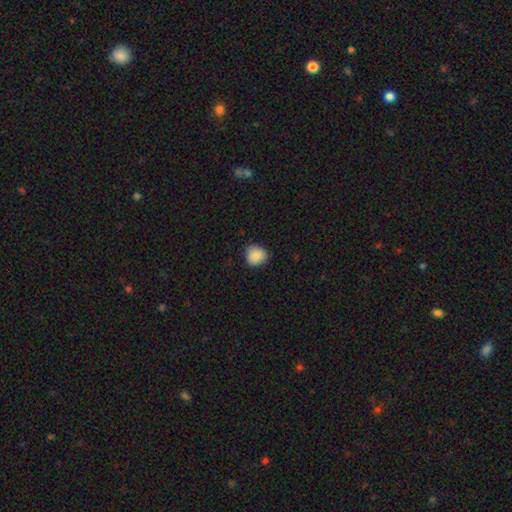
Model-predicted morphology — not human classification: The model was most divided on "merging": none: 82%, minor disturbance: 15%, major disturbance: 3%, merger: 1%. More confident: smooth or featured — smooth (88%); how rounded — round (85%).